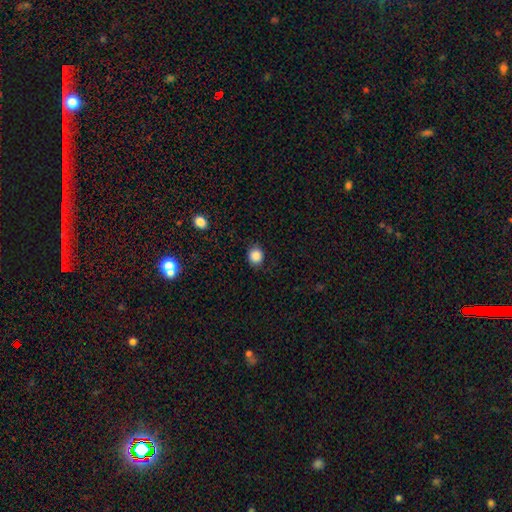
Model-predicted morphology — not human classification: smooth_or_featured: smooth (p=0.88) [alt: star or artifact p=0.09]
how_rounded: round (p=0.77) [alt: in between p=0.22]
merging: none (p=0.86) [alt: minor disturbance p=0.10]